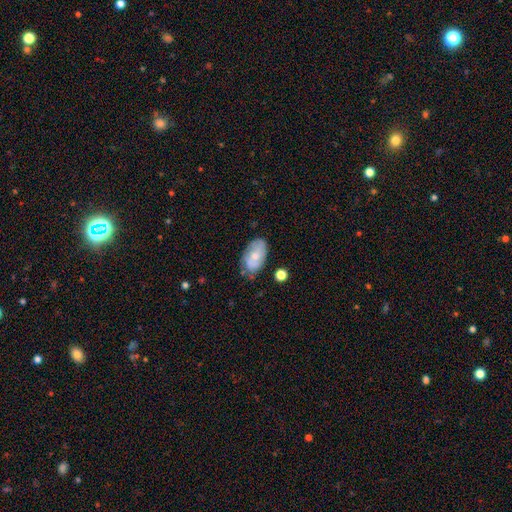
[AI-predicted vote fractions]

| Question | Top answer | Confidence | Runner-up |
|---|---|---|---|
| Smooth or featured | featured or disk | 48% | smooth (45%) |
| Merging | none | 68% | minor disturbance (23%) |